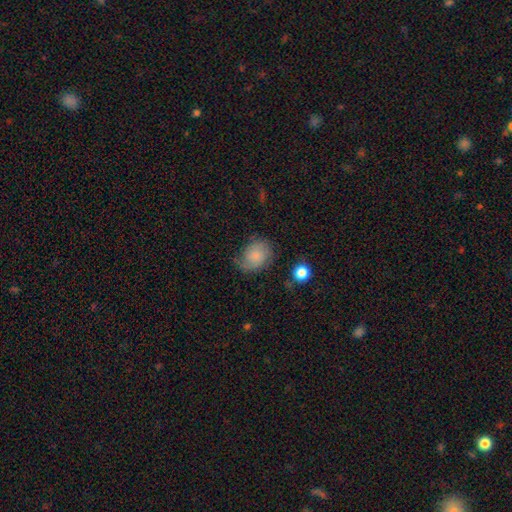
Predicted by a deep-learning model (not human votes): A smooth galaxy with no disk features (59%) that is in between round and cigar-shaped (56%).

Vote fractions:
- Smooth or featured? smooth: 59% / featured or disk: 31% / star or artifact: 10%
- How rounded? in between: 56% / round: 43% / cigar-shaped: 1%
- Merging? none: 54% / minor disturbance: 29% / major disturbance: 15% / merger: 2%